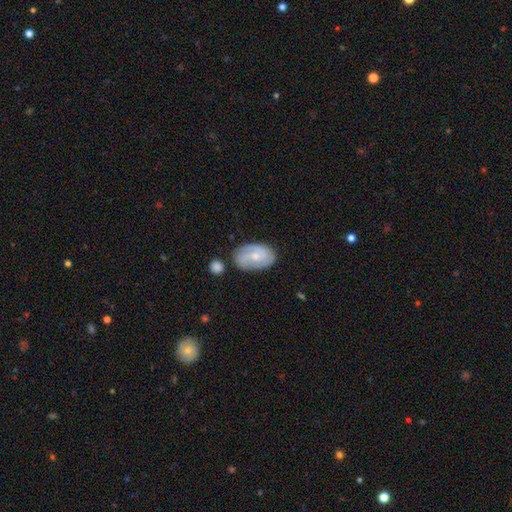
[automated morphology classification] Smooth or featured? featured or disk (56%)
Edge-on disk? no (96%)
Bar? no (61%)
Spiral arms? yes (86%)
Bulge size? small (57%)
Merging? none (70%)